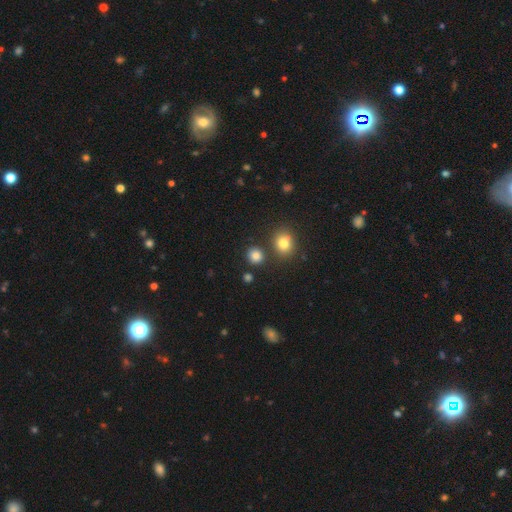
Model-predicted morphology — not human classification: A smooth galaxy with no disk features (82%) that is round (87%).

Vote fractions:
- Smooth or featured? smooth: 82% / star or artifact: 13% / featured or disk: 5%
- How rounded? round: 87% / in between: 12% / cigar-shaped: 1%
- Merging? none: 84% / minor disturbance: 7% / merger: 6% / major disturbance: 3%